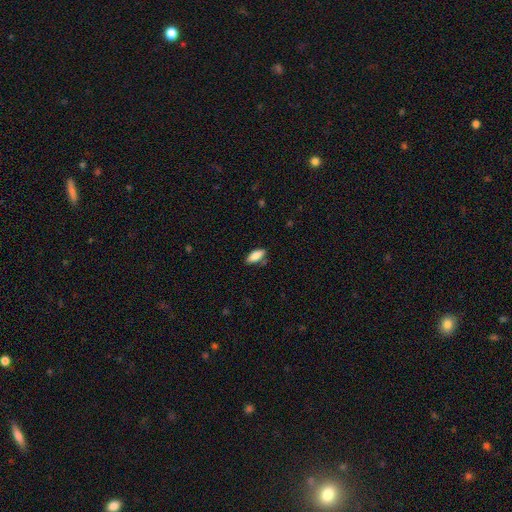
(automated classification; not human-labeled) smooth-or-featured: smooth: 84% | featured or disk: 9% | star or artifact: 7%
  how-rounded: in between: 80% | cigar-shaped: 18% | round: 2%
  merging: none: 79% | minor disturbance: 15% | merger: 3% | major disturbance: 3%